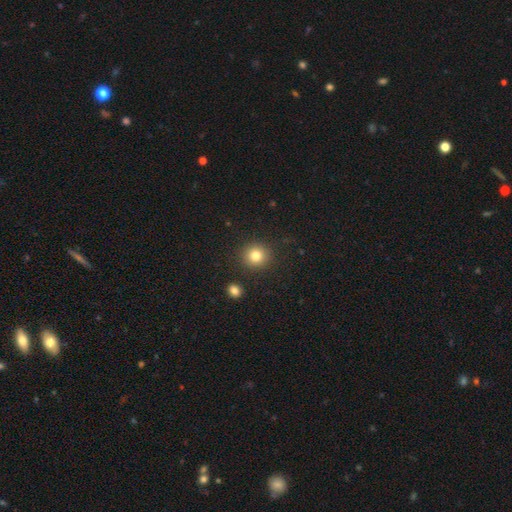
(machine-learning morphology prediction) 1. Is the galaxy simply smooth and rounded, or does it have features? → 81% smooth, 12% star or artifact, 7% featured or disk.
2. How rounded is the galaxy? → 91% round, 8% in between, 1% cigar-shaped.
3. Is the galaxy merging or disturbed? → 89% none, 6% minor disturbance, 2% major disturbance, 2% merger.